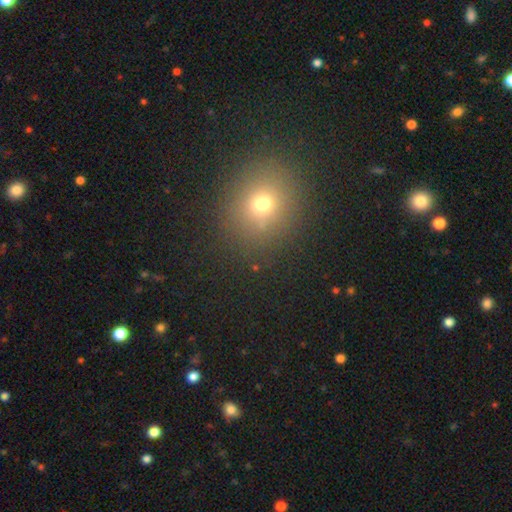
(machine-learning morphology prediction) Smooth or featured?
  - smooth: 62% *
  - star or artifact: 30%
  - featured or disk: 8%
How rounded?
  - round: 75% *
  - in between: 23%
  - cigar-shaped: 1%
Merging?
  - none: 91% *
  - minor disturbance: 5%
  - major disturbance: 2%
  - merger: 1%